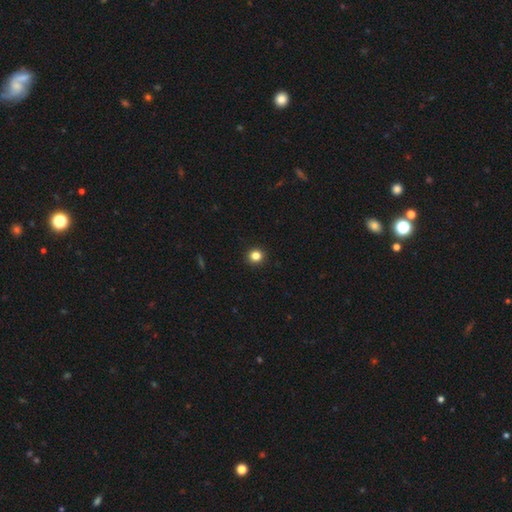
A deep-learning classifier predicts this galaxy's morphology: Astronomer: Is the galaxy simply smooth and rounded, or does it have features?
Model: smooth — 83%.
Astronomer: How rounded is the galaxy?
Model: round — 92%.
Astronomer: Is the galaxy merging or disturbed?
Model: none — 94%.